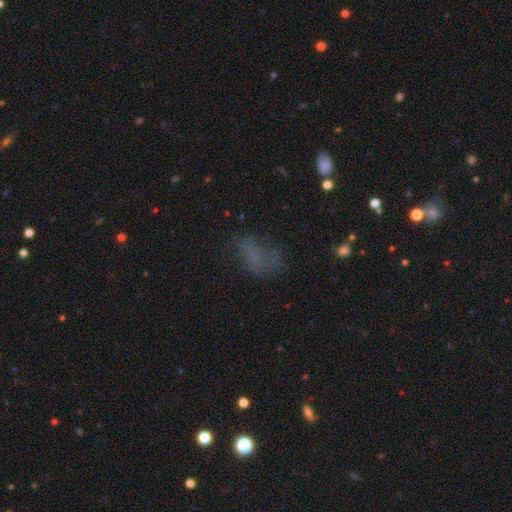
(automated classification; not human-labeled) smooth-or-featured: smooth: 51% | featured or disk: 25% | star or artifact: 24%
  how-rounded: in between: 80% | round: 12% | cigar-shaped: 8%
  merging: none: 47% | major disturbance: 27% | minor disturbance: 22% | merger: 4%